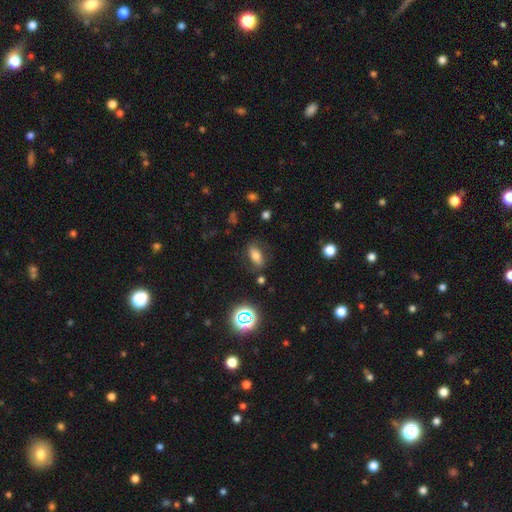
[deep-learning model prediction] Overall: smooth (66%). How rounded: in between (82%). Merging: none (76%).